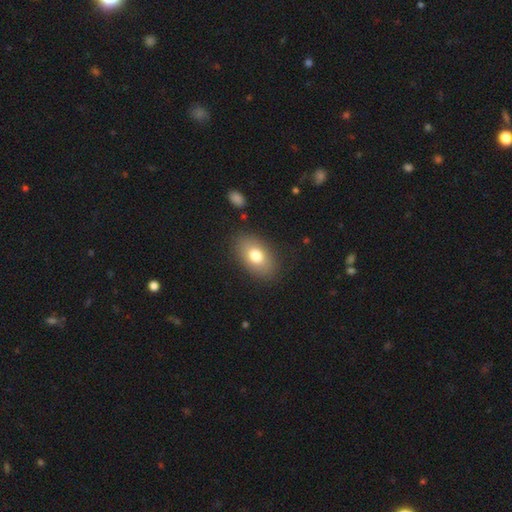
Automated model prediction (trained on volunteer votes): Q: Smooth or featured?
A: smooth (76%); runner-up: featured or disk (16%)
Q: How rounded?
A: in between (89%); runner-up: round (10%)
Q: Merging?
A: none (85%); runner-up: minor disturbance (10%)